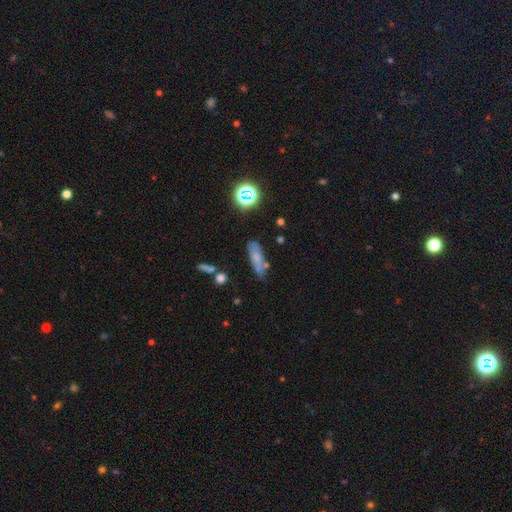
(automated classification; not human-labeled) smooth_or_featured: smooth (p=0.53) [alt: featured or disk p=0.27]
how_rounded: in between (p=0.48) [alt: cigar-shaped p=0.45]
merging: none (p=0.69) [alt: minor disturbance p=0.19]